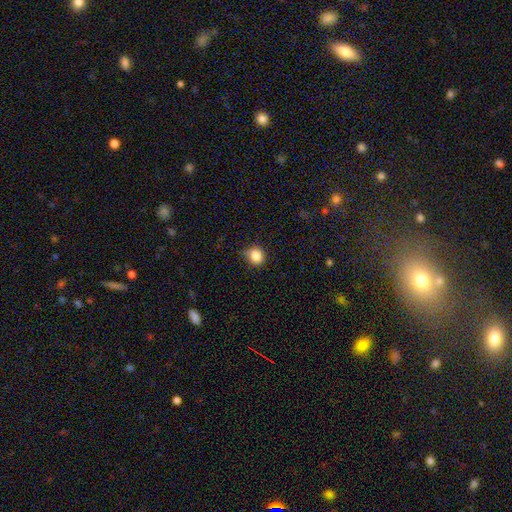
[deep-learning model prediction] This appears to be a smooth galaxy with no disk features (85%) that is round (80%). Merging: none (74%).